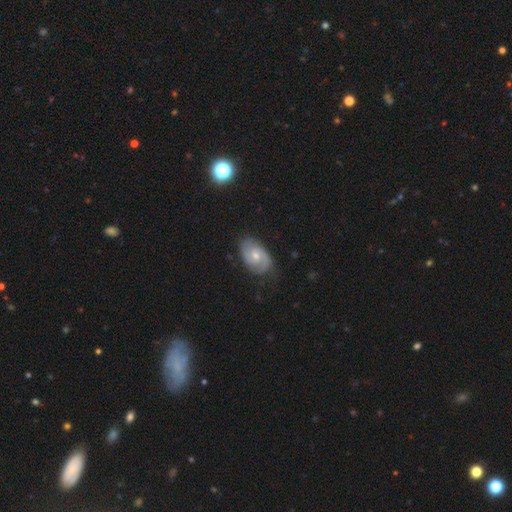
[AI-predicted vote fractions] This appears to be a featured or disk galaxy (67%) with no bar (58%), 2 (75%) medium (43%) spiral arms (89%) and a moderate central bulge (57%). Merging: none (75%).